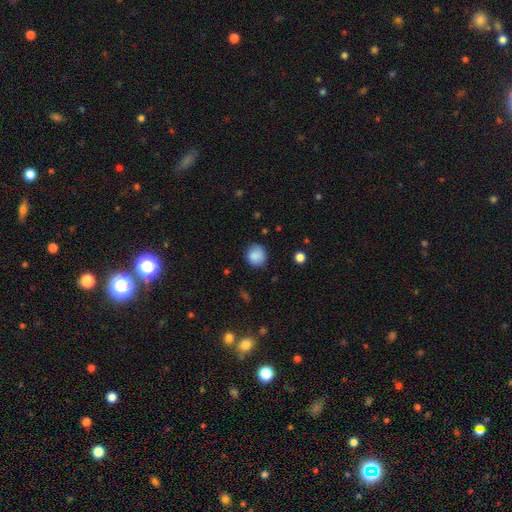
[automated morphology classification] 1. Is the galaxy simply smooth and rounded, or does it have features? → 87% smooth, 9% star or artifact, 4% featured or disk.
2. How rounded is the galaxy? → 85% round, 14% in between, 1% cigar-shaped.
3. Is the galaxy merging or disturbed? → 81% none, 14% minor disturbance, 3% major disturbance, 1% merger.